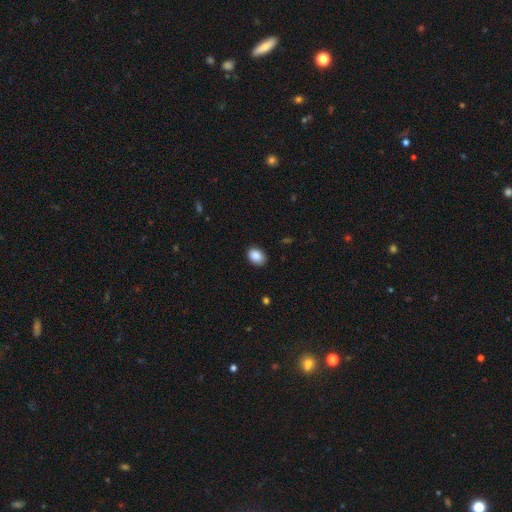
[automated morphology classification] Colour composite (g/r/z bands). It shows a smooth galaxy with no disk features (88%) that is in between round and cigar-shaped (70%). Merging: none (86%).